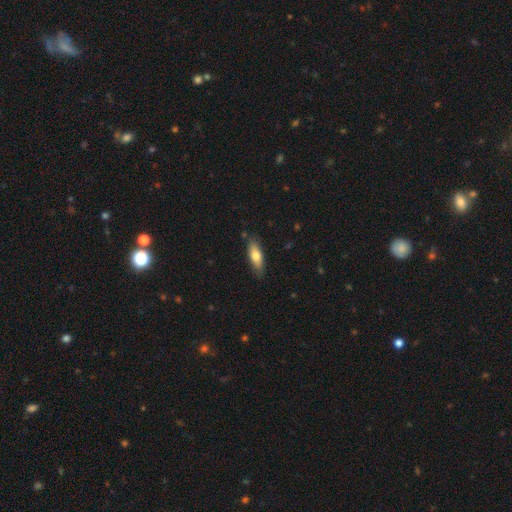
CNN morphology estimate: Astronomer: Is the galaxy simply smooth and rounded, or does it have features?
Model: smooth — 71%.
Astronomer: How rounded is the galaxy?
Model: in between — 59% (runner-up: cigar-shaped, 39%).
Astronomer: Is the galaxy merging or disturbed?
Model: none — 83%.